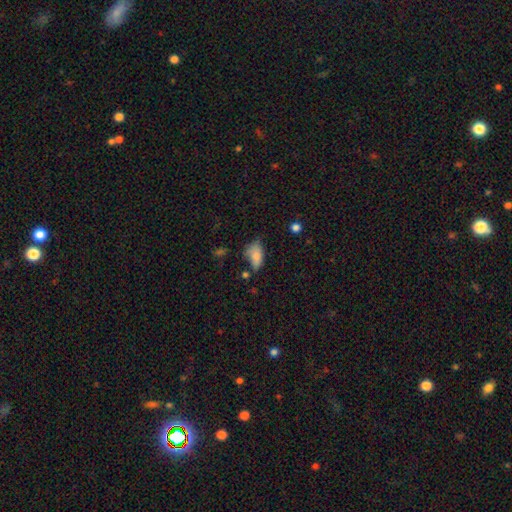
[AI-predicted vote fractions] A smooth galaxy with no disk features (79%) that is in between round and cigar-shaped (90%).

Vote fractions:
- Smooth or featured? smooth: 79% / featured or disk: 11% / star or artifact: 10%
- How rounded? in between: 90% / round: 6% / cigar-shaped: 4%
- Merging? none: 39% / minor disturbance: 36% / major disturbance: 16% / merger: 9%